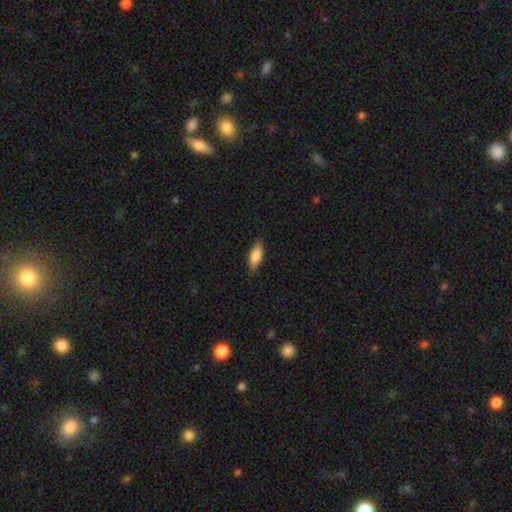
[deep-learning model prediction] smooth-or-featured: smooth: 81% | featured or disk: 13% | star or artifact: 6%
  how-rounded: in between: 69% | cigar-shaped: 29% | round: 2%
  merging: none: 83% | minor disturbance: 14% | major disturbance: 2% | merger: 1%